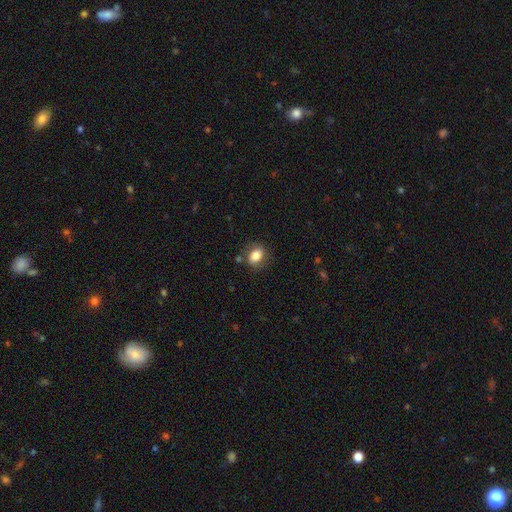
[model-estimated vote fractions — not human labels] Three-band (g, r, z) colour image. It shows a smooth galaxy with no disk features (82%) that is in between round and cigar-shaped (64%). Merging: none (79%).